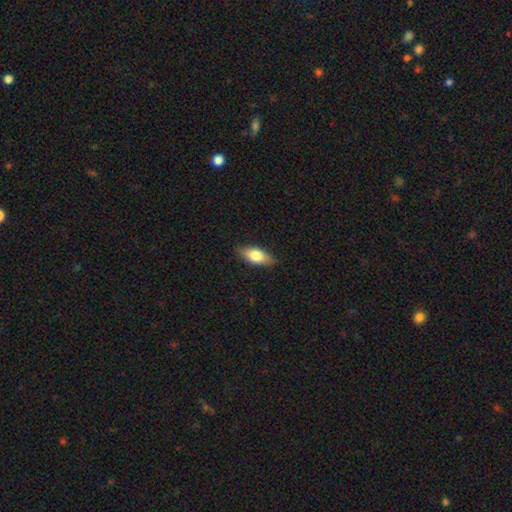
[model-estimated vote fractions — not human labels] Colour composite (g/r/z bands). It shows a smooth galaxy with no disk features (75%) that is in between round and cigar-shaped (83%). Merging: none (86%).